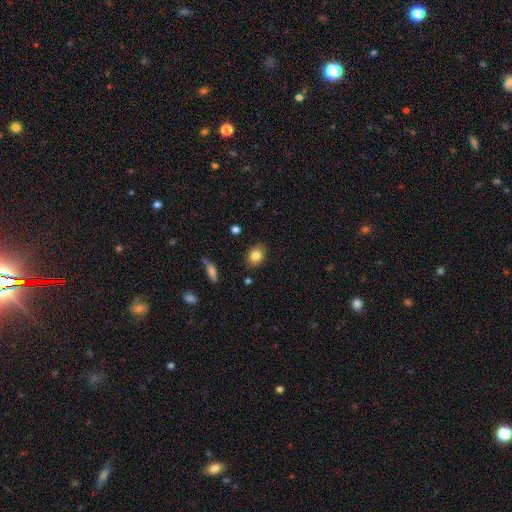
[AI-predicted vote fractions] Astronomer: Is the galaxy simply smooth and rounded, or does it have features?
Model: smooth — 82%.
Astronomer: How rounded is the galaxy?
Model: in between — 61% (runner-up: round, 38%).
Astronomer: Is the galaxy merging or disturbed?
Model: none — 85%.